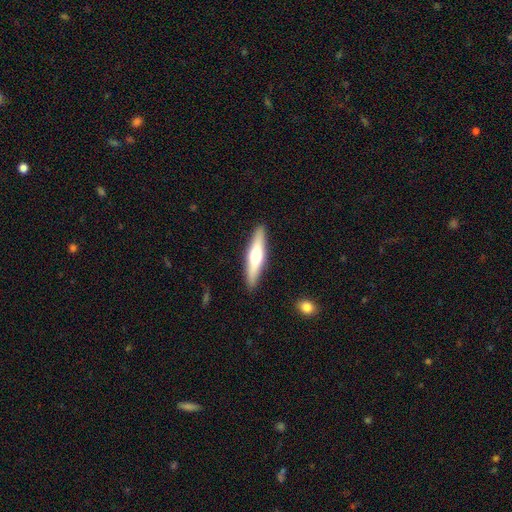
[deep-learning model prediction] This is possibly a featured or disk galaxy (48%). Merging: clearly none (90%).